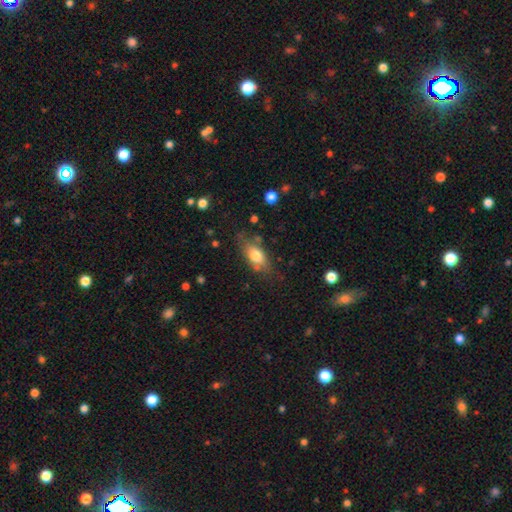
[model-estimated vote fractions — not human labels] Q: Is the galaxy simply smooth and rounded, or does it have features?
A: smooth — 72%.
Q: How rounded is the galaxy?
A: in between — 84%.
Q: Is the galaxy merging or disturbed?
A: none — 68%.